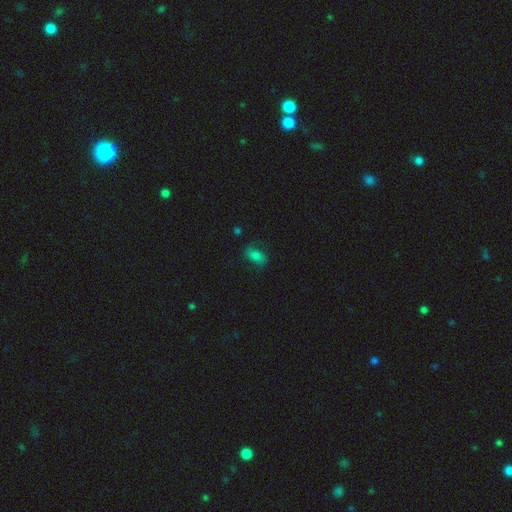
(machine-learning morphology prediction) Overall: smooth (63%). How rounded: in between (84%). Merging: none (69%).